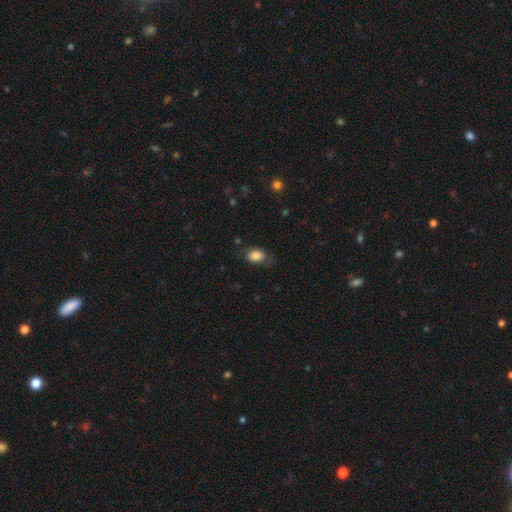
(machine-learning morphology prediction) Smooth or featured?
  - smooth: 83% *
  - star or artifact: 8%
  - featured or disk: 8%
How rounded?
  - in between: 79% *
  - round: 20%
  - cigar-shaped: 1%
Merging?
  - none: 67% *
  - minor disturbance: 23%
  - major disturbance: 9%
  - merger: 1%